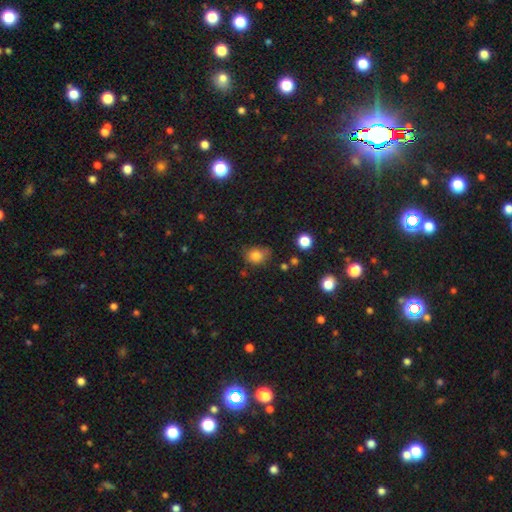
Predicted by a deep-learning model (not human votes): Overall: smooth (81%). How rounded: round (62%; in between 37%). Merging: none (62%; minor disturbance 26%).